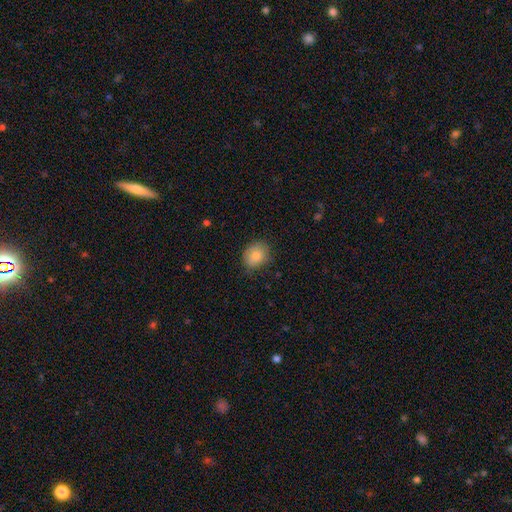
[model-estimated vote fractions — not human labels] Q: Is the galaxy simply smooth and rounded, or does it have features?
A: smooth — 84%.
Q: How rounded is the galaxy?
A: round — 54%.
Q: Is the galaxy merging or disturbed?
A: none — 75%.